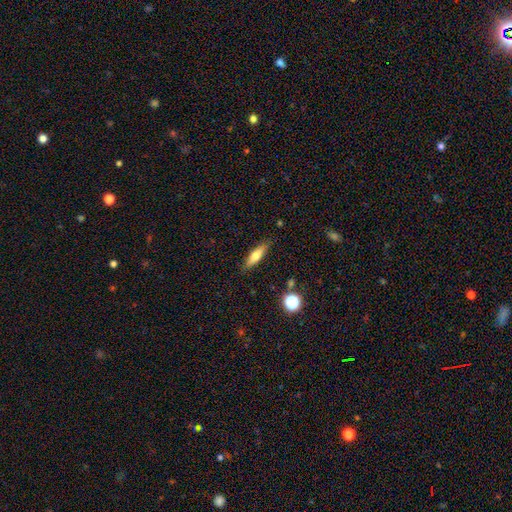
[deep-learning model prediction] Smooth or featured: smooth — 62% (featured or disk — 31%)
How rounded: cigar-shaped — 67% (in between — 30%)
Merging: none — 86% (minor disturbance — 11%)